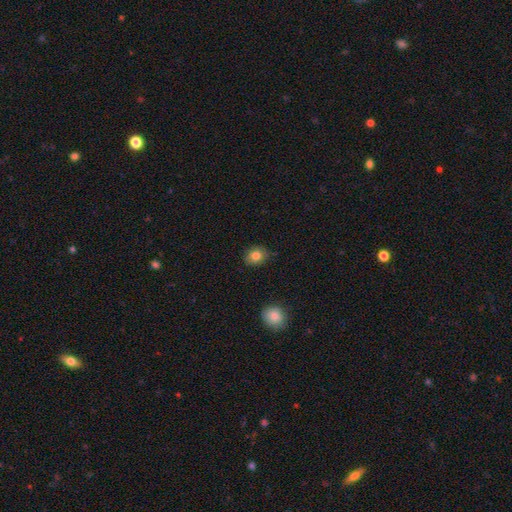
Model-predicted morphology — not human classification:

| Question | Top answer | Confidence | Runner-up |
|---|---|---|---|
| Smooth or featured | smooth | 83% | star or artifact (9%) |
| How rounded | round | 57% | in between (42%) |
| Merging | none | 83% | minor disturbance (13%) |